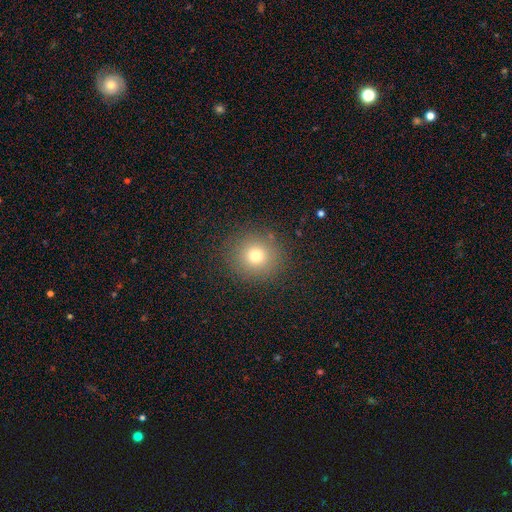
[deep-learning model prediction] Smooth or featured: smooth — 76% (star or artifact — 15%)
How rounded: round — 91% (in between — 8%)
Merging: none — 89% (minor disturbance — 7%)